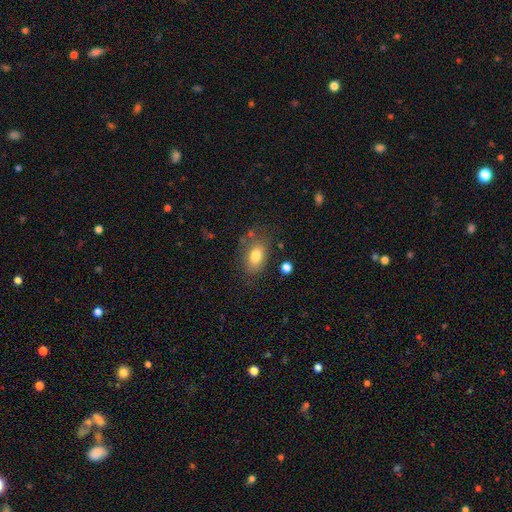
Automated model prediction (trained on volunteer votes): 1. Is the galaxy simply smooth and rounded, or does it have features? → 78% smooth, 13% featured or disk, 9% star or artifact.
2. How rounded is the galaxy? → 83% in between, 15% round, 2% cigar-shaped.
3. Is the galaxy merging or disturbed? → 71% none, 19% minor disturbance, 6% major disturbance, 4% merger.